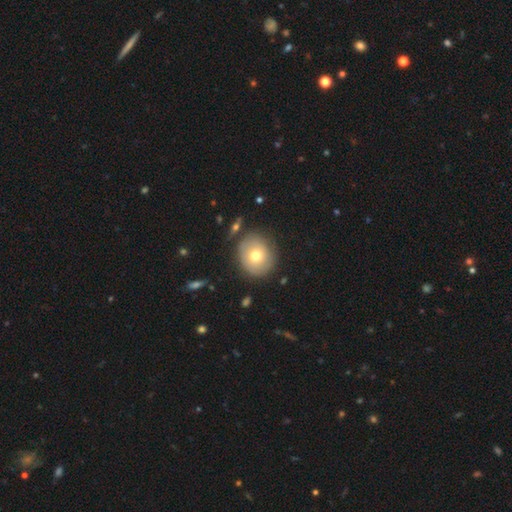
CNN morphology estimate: smooth 68%, featured or disk 23%, star or artifact 9%. Down the decision tree: how rounded — round (80%); merging — none (80%).